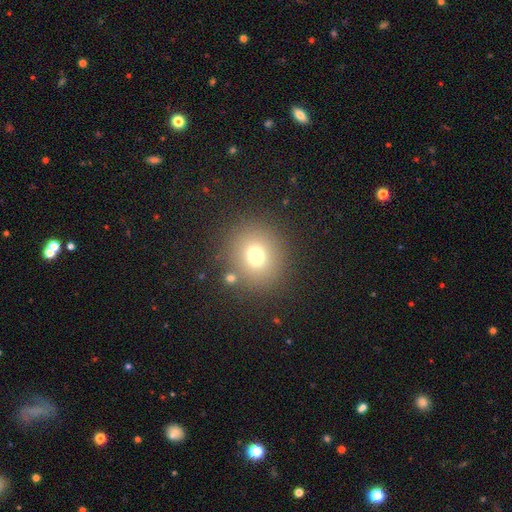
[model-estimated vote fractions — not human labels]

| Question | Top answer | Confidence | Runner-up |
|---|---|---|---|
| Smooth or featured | smooth | 72% | star or artifact (17%) |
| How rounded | round | 85% | in between (14%) |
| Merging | none | 83% | minor disturbance (8%) |